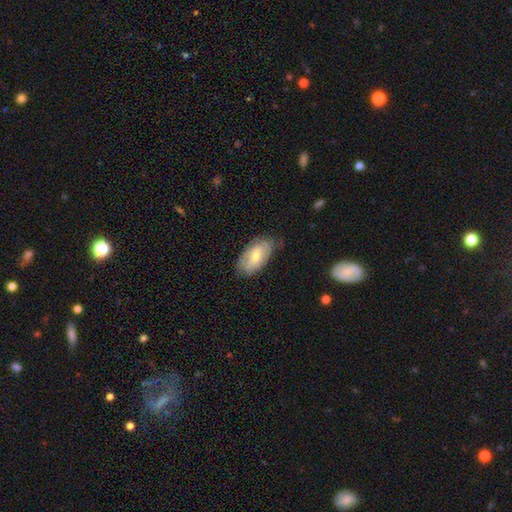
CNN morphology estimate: smooth-or-featured: smooth: 59% | featured or disk: 35% | star or artifact: 7%
  how-rounded: in between: 93% | cigar-shaped: 3% | round: 3%
  merging: none: 72% | minor disturbance: 22% | major disturbance: 4% | merger: 1%